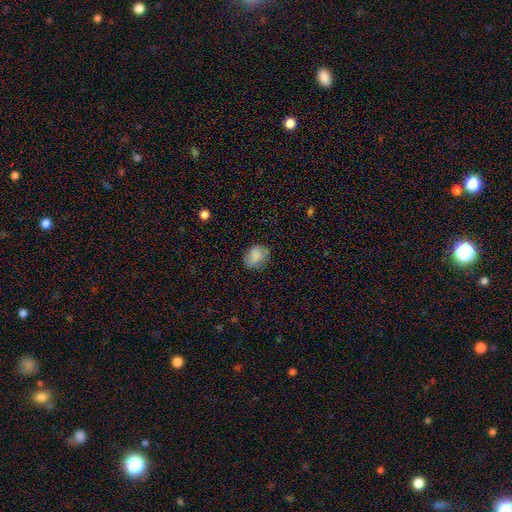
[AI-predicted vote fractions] A smooth galaxy with no disk features (82%) that is in between round and cigar-shaped (57%).

Vote fractions:
- Smooth or featured? smooth: 82% / featured or disk: 9% / star or artifact: 9%
- How rounded? in between: 57% / round: 42% / cigar-shaped: 1%
- Merging? none: 75% / minor disturbance: 19% / major disturbance: 5% / merger: 1%